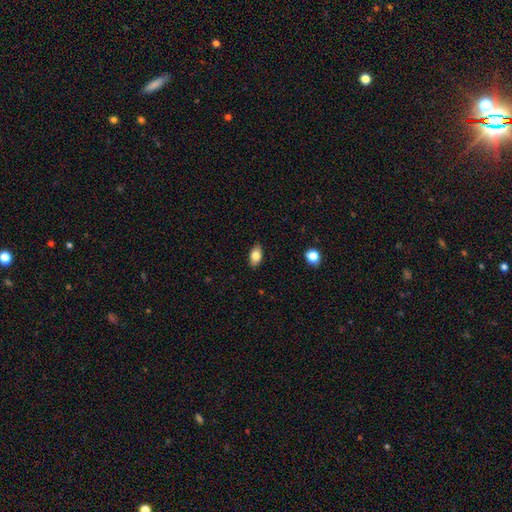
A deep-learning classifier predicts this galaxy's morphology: smooth_or_featured: smooth (p=0.80) [alt: featured or disk p=0.12]
how_rounded: in between (p=0.90) [alt: round p=0.07]
merging: none (p=0.87) [alt: minor disturbance p=0.10]